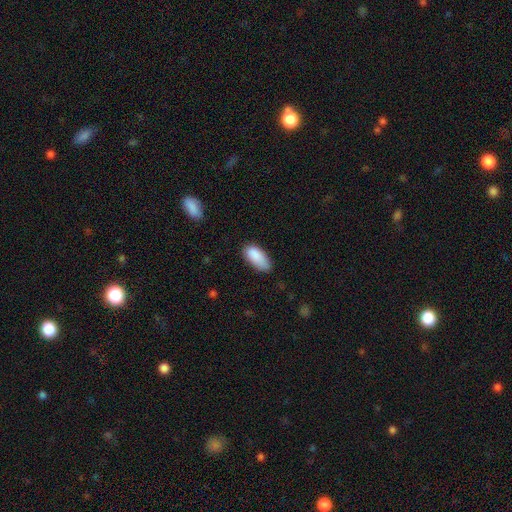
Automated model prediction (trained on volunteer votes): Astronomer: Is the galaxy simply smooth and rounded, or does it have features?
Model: smooth — 88%.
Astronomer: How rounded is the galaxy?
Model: in between — 89%.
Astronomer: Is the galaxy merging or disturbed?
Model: none — 65%.